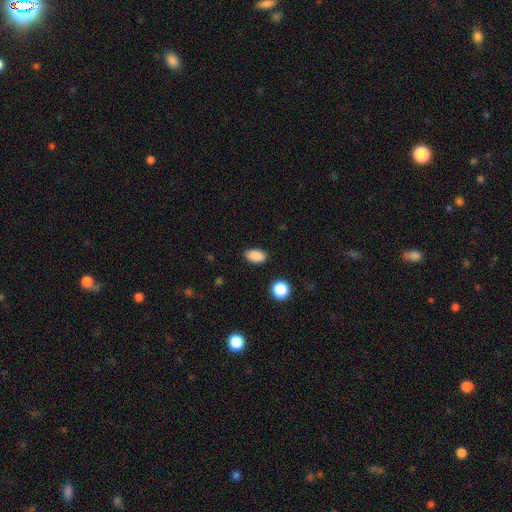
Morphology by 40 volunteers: A smooth galaxy with no disk features (88%) that is in between round and cigar-shaped (97%). Merging: none (78%).